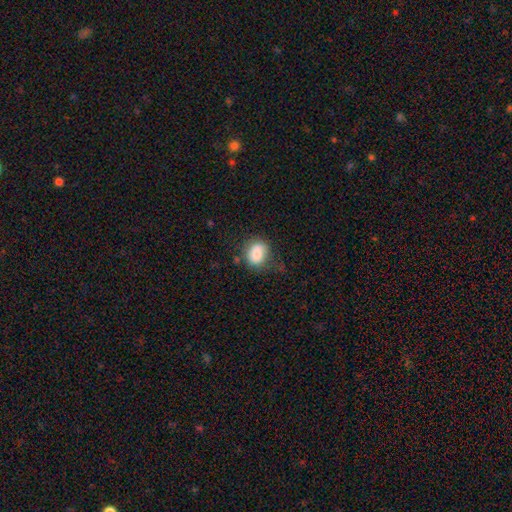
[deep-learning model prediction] The model was most divided on "how rounded": in between: 54%, round: 45%, cigar-shaped: 1%. More confident: smooth or featured — smooth (83%); merging — none (61%).